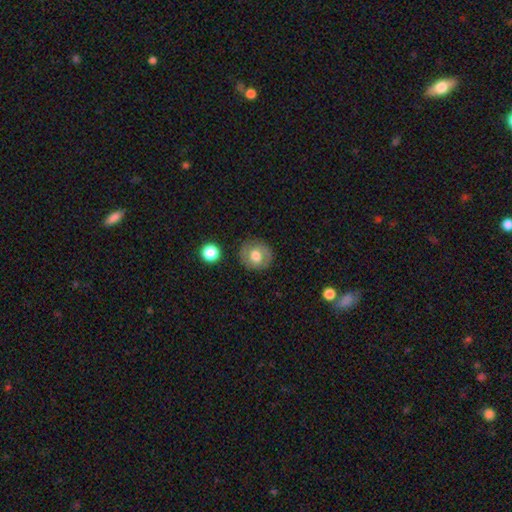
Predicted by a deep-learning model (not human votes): Smooth or featured?
  - smooth: 64% *
  - featured or disk: 27%
  - star or artifact: 9%
How rounded?
  - round: 84% *
  - in between: 15%
  - cigar-shaped: 1%
Merging?
  - none: 83% *
  - minor disturbance: 11%
  - major disturbance: 4%
  - merger: 2%